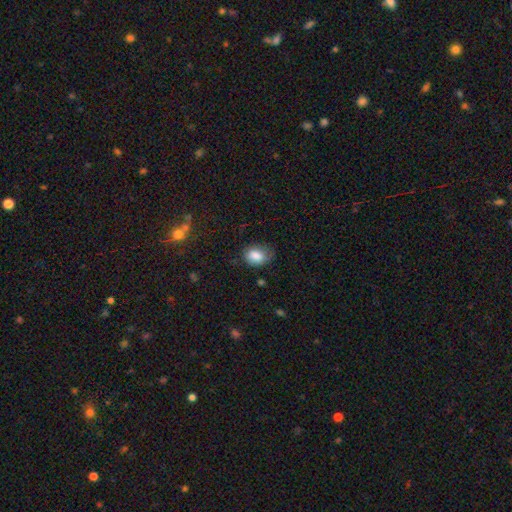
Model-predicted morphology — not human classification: Overall: smooth (84%). How rounded: in between (68%; round 31%). Merging: none (56%; minor disturbance 32%).